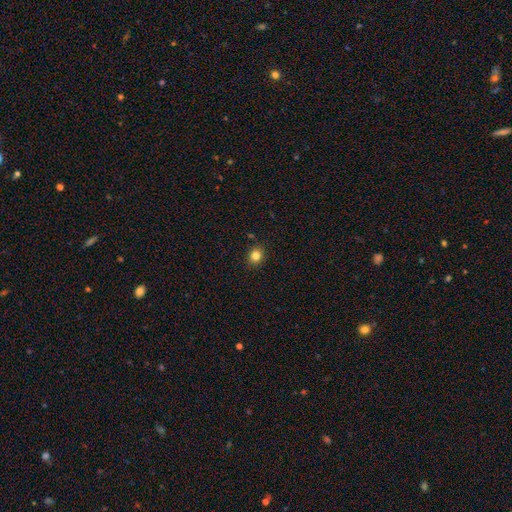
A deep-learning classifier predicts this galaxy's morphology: smooth_or_featured: smooth (p=0.82) [alt: star or artifact p=0.12]
how_rounded: round (p=0.74) [alt: in between p=0.26]
merging: none (p=0.88) [alt: minor disturbance p=0.08]